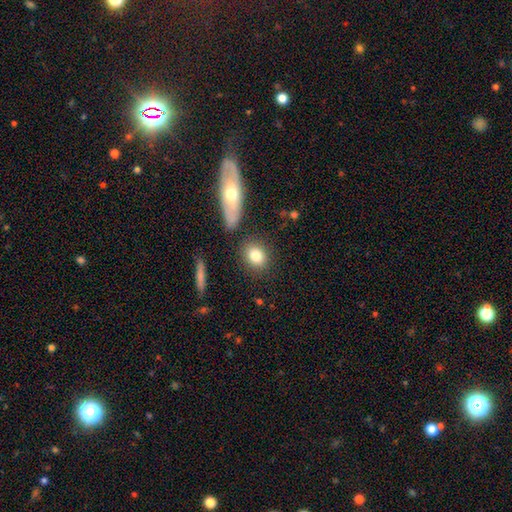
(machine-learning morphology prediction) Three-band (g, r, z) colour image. It shows a smooth galaxy with no disk features (81%) that is round (54%). Merging: none (81%).